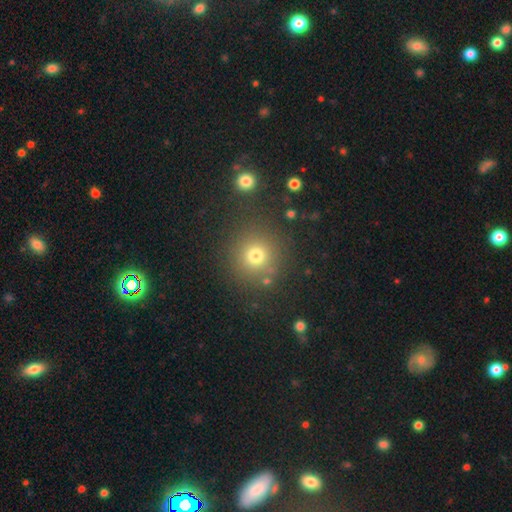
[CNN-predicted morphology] A smooth galaxy with no disk features (74%) that is round (92%). Merging: none (84%).